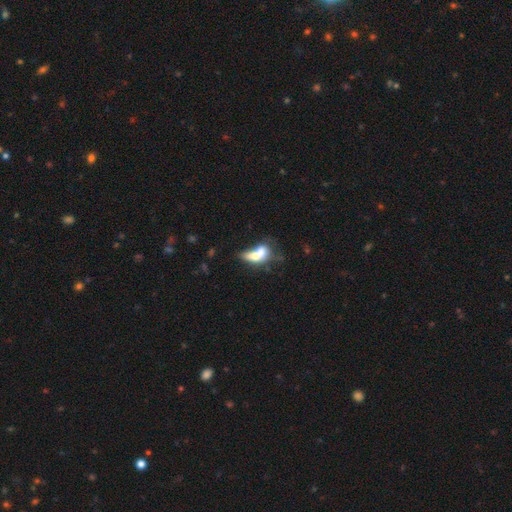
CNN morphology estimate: Overall: smooth (60%; featured or disk 31%). How rounded: in between (68%). Merging: merger (68%).